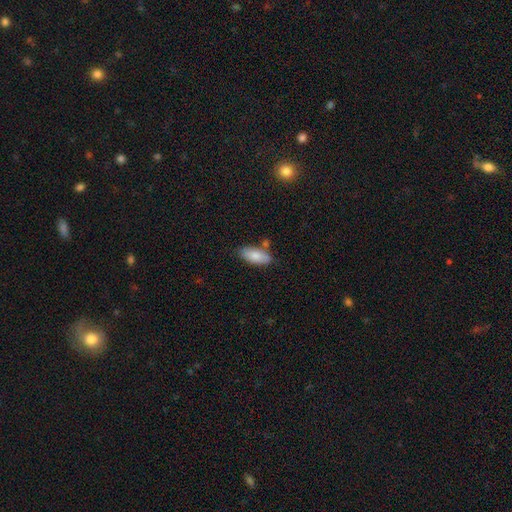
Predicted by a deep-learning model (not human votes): Smooth or featured: smooth — 82% (featured or disk — 12%)
How rounded: in between — 86% (cigar-shaped — 11%)
Merging: none — 73% (minor disturbance — 16%)